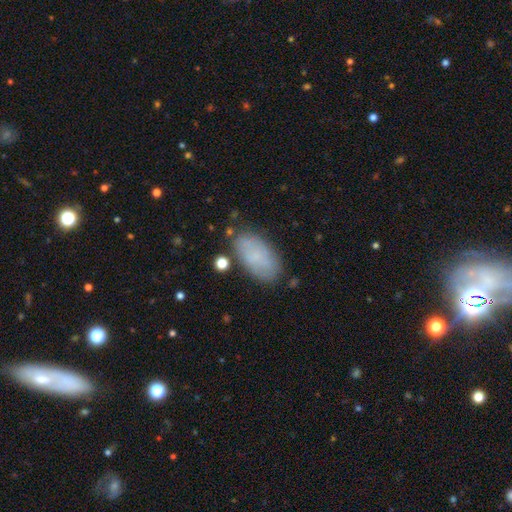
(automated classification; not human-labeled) smooth-or-featured: smooth: 70% | featured or disk: 21% | star or artifact: 9%
  how-rounded: in between: 94% | round: 3% | cigar-shaped: 3%
  merging: none: 75% | minor disturbance: 17% | major disturbance: 5% | merger: 3%